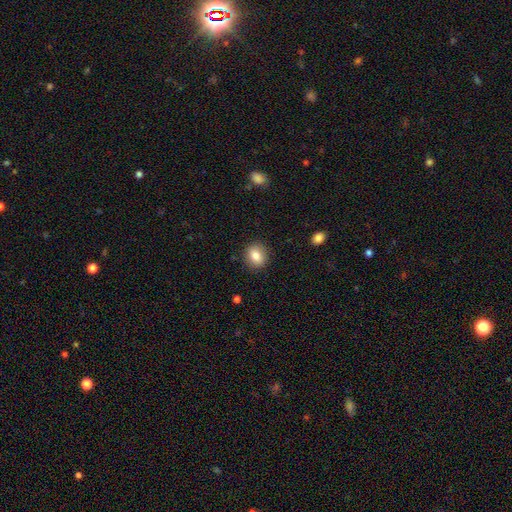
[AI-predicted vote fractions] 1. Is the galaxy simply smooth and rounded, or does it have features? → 83% smooth, 9% star or artifact, 8% featured or disk.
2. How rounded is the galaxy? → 60% round, 39% in between, 1% cigar-shaped.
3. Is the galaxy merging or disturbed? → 88% none, 8% minor disturbance, 2% major disturbance, 1% merger.